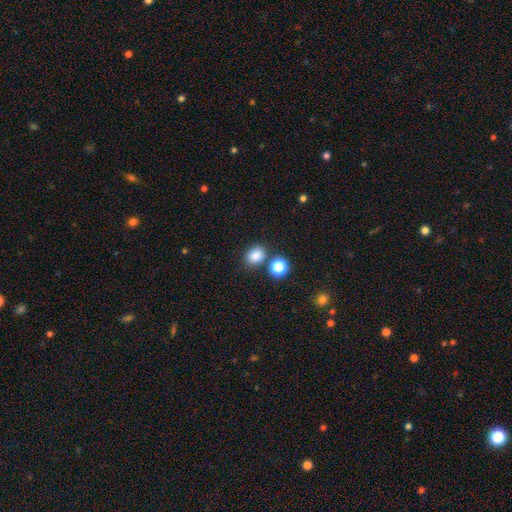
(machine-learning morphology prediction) Smooth or featured? smooth (83%)
How rounded? in between (51%)
Merging? none (71%)